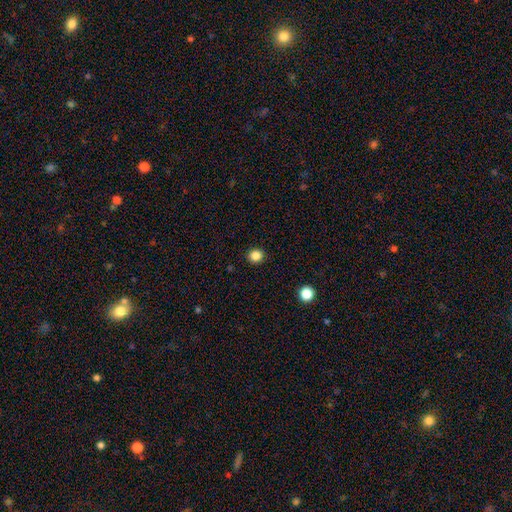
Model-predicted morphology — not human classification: Overall: smooth (85%). How rounded: round (86%). Merging: none (92%).